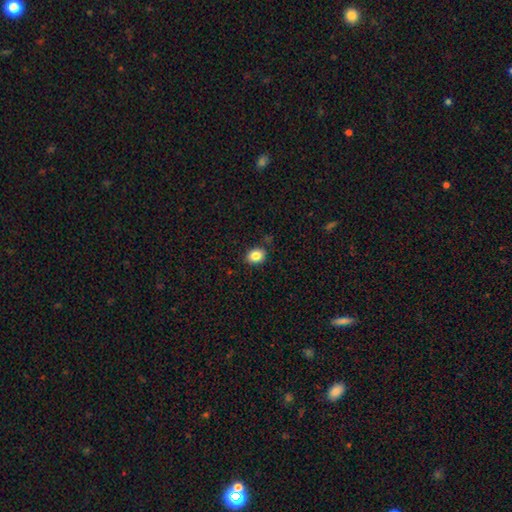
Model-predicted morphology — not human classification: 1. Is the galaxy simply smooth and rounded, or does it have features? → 85% smooth, 9% star or artifact, 5% featured or disk.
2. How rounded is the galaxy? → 58% in between, 41% round, 1% cigar-shaped.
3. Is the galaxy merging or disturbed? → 85% none, 11% minor disturbance, 3% major disturbance, 2% merger.